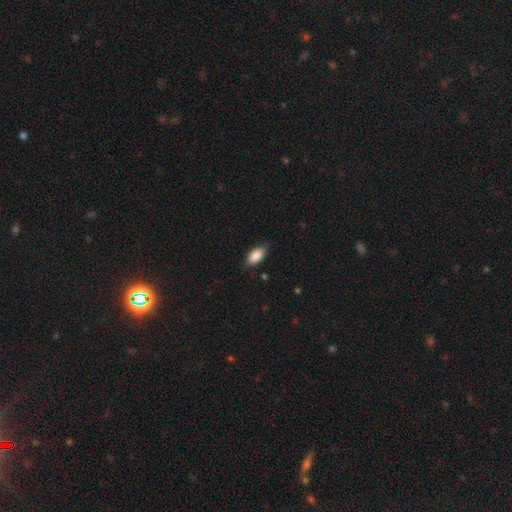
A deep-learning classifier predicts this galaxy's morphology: Overall: smooth (85%). How rounded: in between (90%). Merging: none (75%).